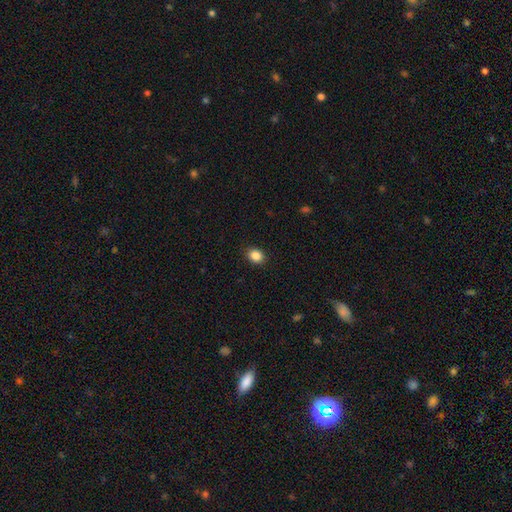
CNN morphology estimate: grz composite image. It shows a smooth galaxy with no disk features (87%) that is in between round and cigar-shaped (54%). Merging: none (89%).